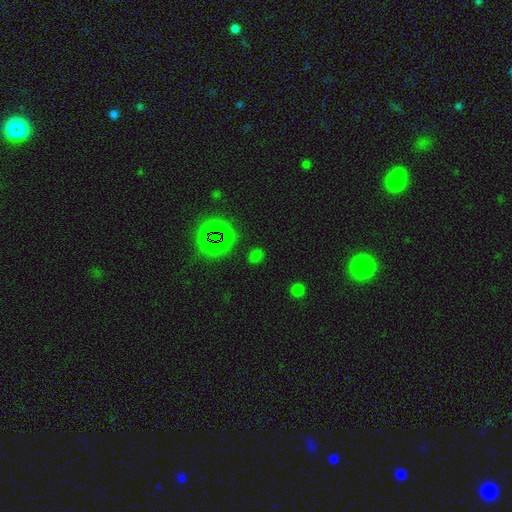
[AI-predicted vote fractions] Smooth or featured?
  - smooth: 52% *
  - star or artifact: 42%
  - featured or disk: 6%
How rounded?
  - round: 51% *
  - in between: 47%
  - cigar-shaped: 2%
Merging?
  - none: 84% *
  - minor disturbance: 10%
  - major disturbance: 4%
  - merger: 3%